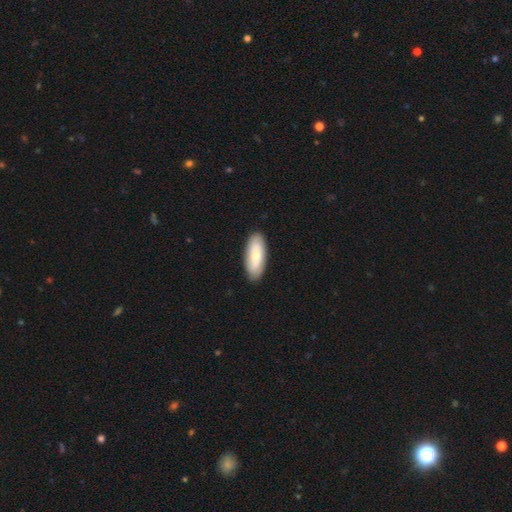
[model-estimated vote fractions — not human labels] Smooth or featured: smooth — 73% (featured or disk — 22%)
How rounded: in between — 78% (cigar-shaped — 20%)
Merging: none — 88% (minor disturbance — 9%)